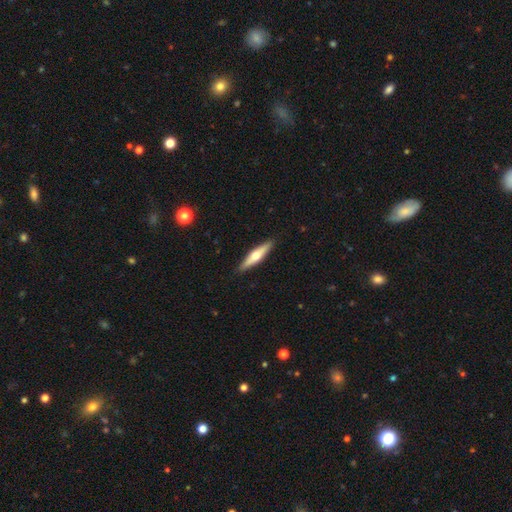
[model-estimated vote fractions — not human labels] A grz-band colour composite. It shows a featured or disk galaxy (52%) viewed edge-on (93%). Merging: none (90%).